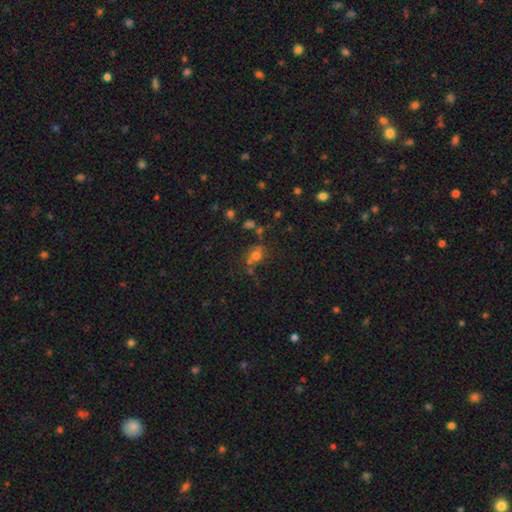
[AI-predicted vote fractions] A smooth galaxy with no disk features (66%) that is round (60%). Merging: none (55%).